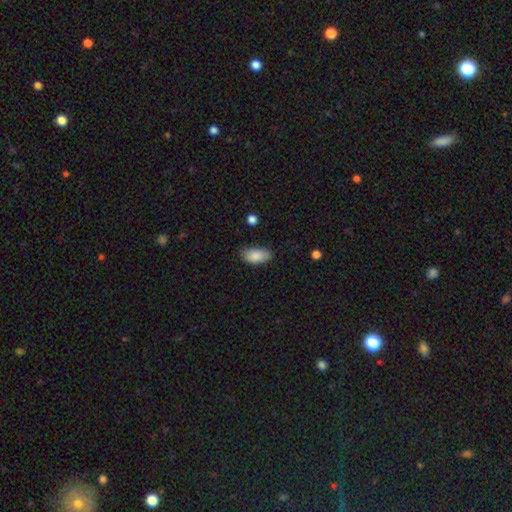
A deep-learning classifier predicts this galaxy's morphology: type=smooth (87%); roundness=in between (93%); merging=none (76%).